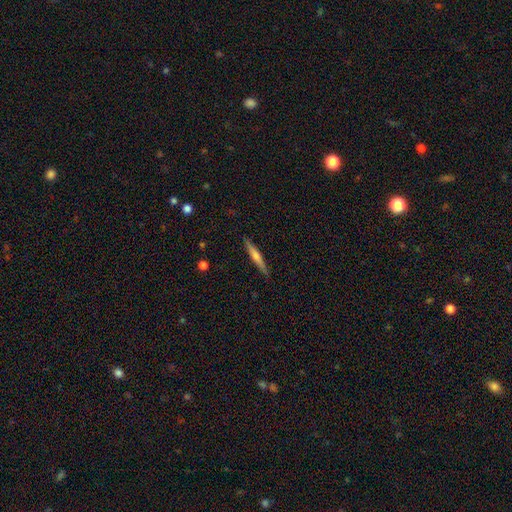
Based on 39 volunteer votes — Overall: featured or disk (59%; smooth 36%). Edge-on disk: yes (96%). Edge-on bulge: rounded (91%). Merging: none (76%).